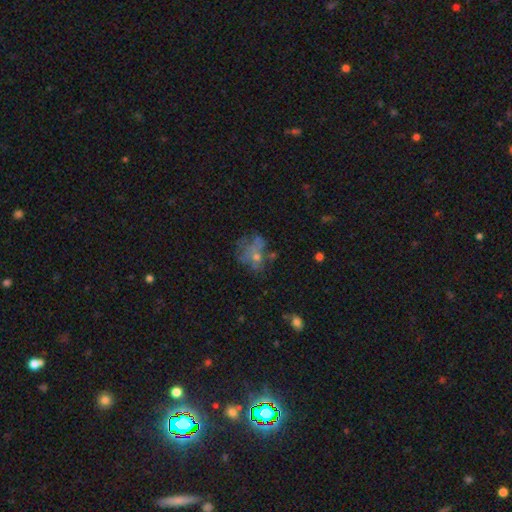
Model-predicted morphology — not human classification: Smooth or featured: featured or disk — 40% (smooth — 34%)
Merging: none — 45% (major disturbance — 27%)